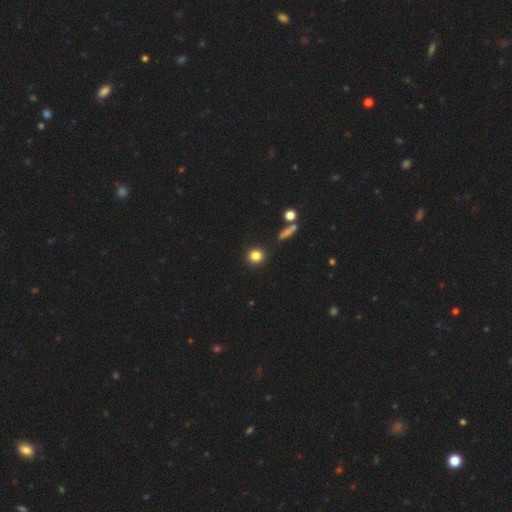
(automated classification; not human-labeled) smooth 82%, star or artifact 12%, featured or disk 6%. Down the decision tree: how rounded — round (89%); merging — none (90%).